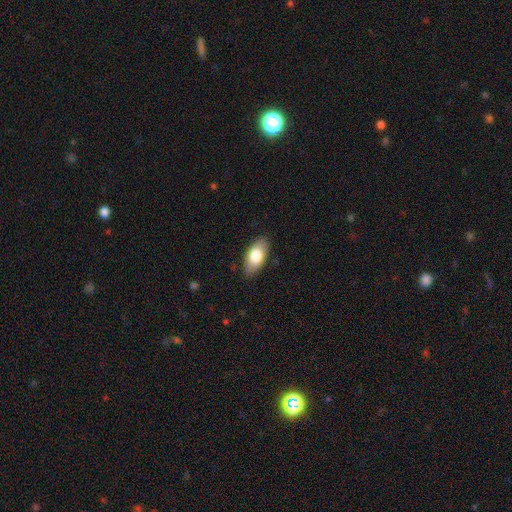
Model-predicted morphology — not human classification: type=smooth (76%); roundness=in between (91%); merging=none (85%).